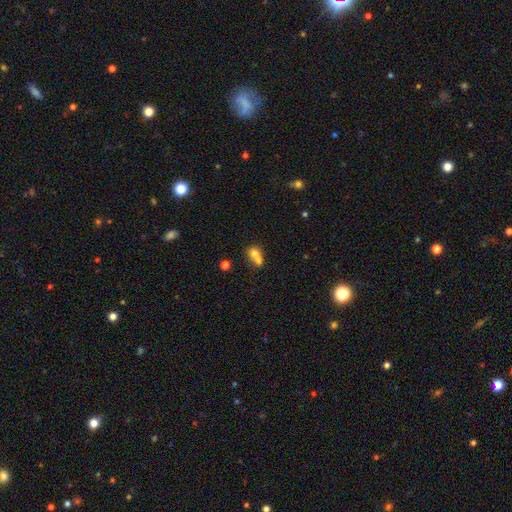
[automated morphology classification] Smooth or featured? smooth (68%)
How rounded? round (60%)
Merging? merger (69%)